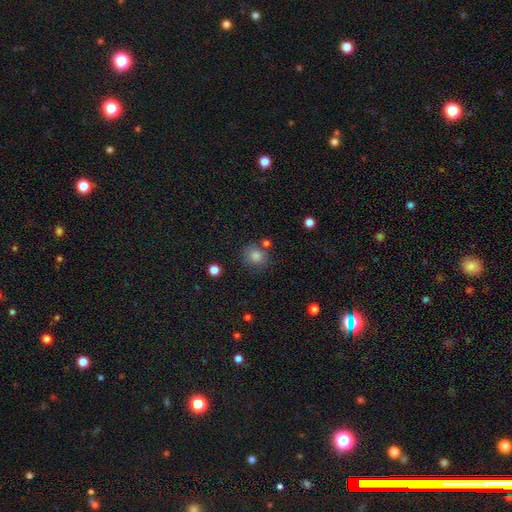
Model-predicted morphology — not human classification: The model was most divided on "smooth or featured": smooth: 76%, star or artifact: 15%, featured or disk: 9%. More confident: how rounded — round (84%); merging — none (77%).